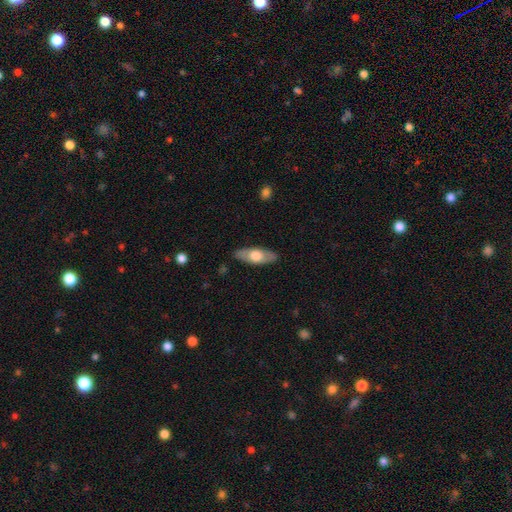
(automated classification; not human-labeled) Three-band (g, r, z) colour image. It shows a smooth galaxy with no disk features (56%) that is in between round and cigar-shaped (76%). Merging: none (85%).